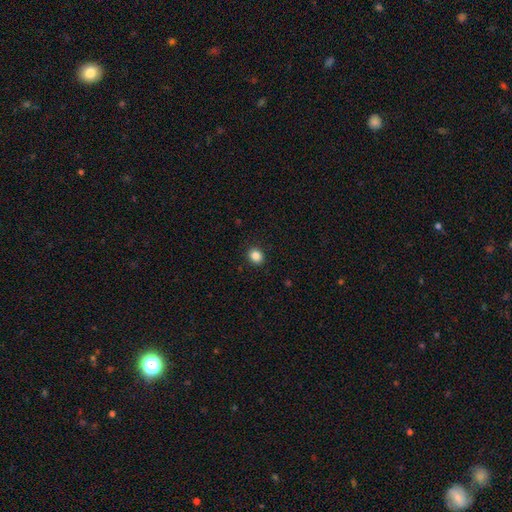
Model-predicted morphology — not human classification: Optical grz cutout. It shows a smooth galaxy with no disk features (86%) that is round (71%). Merging: none (91%).